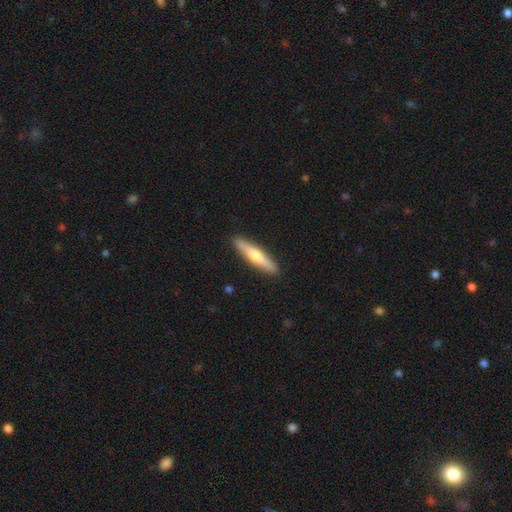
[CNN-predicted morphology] smooth 53%, featured or disk 43%, star or artifact 5%. Down the decision tree: how rounded — cigar-shaped (88%); merging — none (91%).